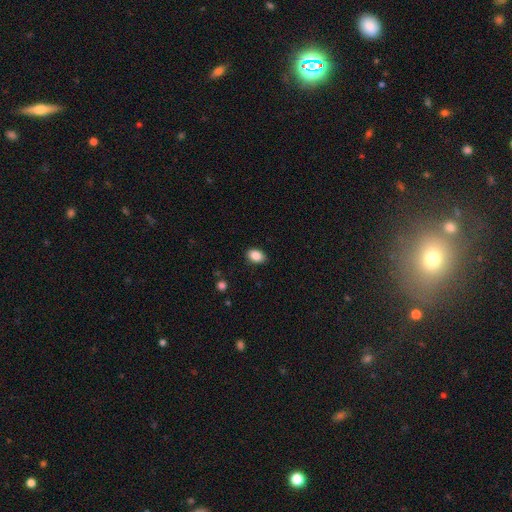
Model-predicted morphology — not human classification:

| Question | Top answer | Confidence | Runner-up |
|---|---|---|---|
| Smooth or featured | smooth | 87% | star or artifact (8%) |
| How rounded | in between | 82% | round (17%) |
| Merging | none | 86% | minor disturbance (10%) |